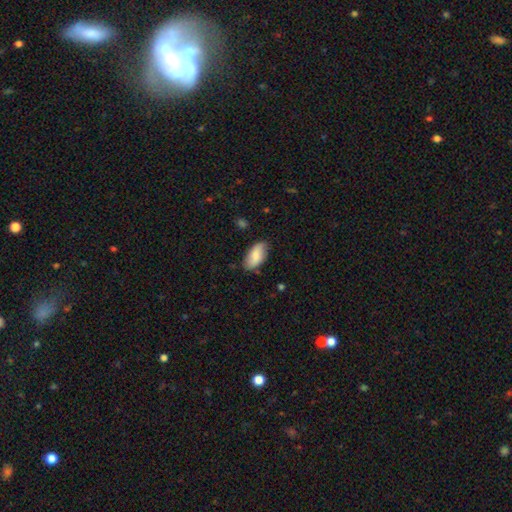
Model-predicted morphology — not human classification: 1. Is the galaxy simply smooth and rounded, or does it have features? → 80% smooth, 14% featured or disk, 6% star or artifact.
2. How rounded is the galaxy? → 94% in between, 4% cigar-shaped, 3% round.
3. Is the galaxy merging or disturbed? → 78% none, 18% minor disturbance, 3% major disturbance, 1% merger.